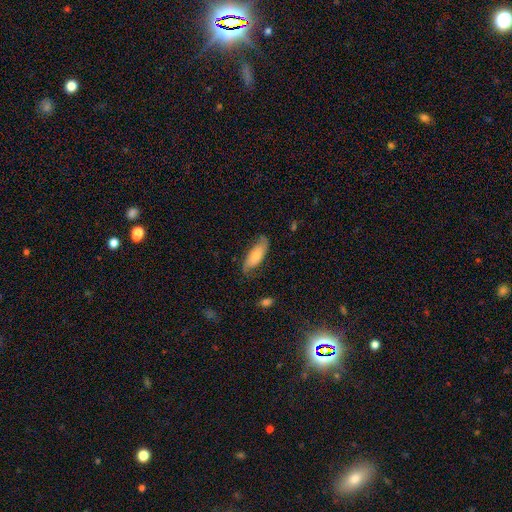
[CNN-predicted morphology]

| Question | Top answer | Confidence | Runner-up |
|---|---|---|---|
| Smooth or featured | smooth | 54% | featured or disk (39%) |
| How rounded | in between | 73% | cigar-shaped (24%) |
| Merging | none | 67% | minor disturbance (24%) |